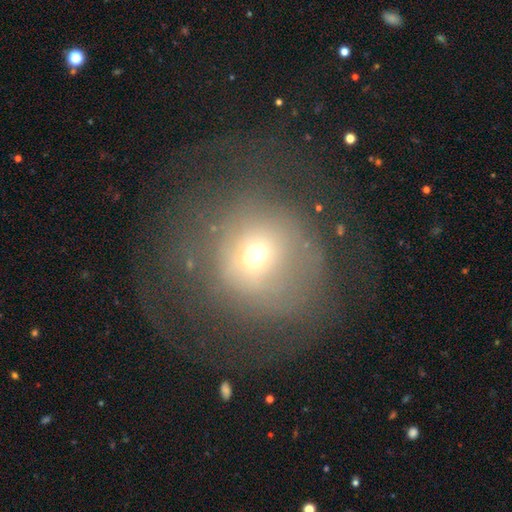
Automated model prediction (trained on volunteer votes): A smooth galaxy with no disk features (53%) that is round (90%).

Vote fractions:
- Smooth or featured? smooth: 53% / featured or disk: 31% / star or artifact: 16%
- How rounded? round: 90% / in between: 9% / cigar-shaped: 1%
- Merging? none: 45% / major disturbance: 37% / minor disturbance: 15% / merger: 2%